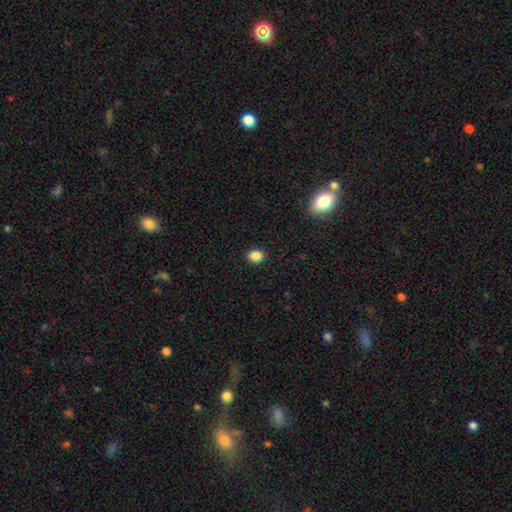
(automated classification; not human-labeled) Smooth or featured? Predicted: smooth (p=0.86). How rounded? Predicted: round (p=0.58). Merging? Predicted: none (p=0.90).